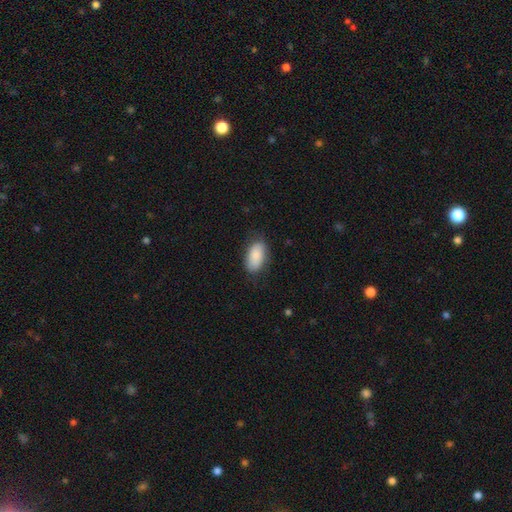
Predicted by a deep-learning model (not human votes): smooth-or-featured: smooth: 87% | featured or disk: 7% | star or artifact: 6%
  how-rounded: in between: 94% | round: 3% | cigar-shaped: 2%
  merging: none: 78% | minor disturbance: 17% | major disturbance: 4% | merger: 1%